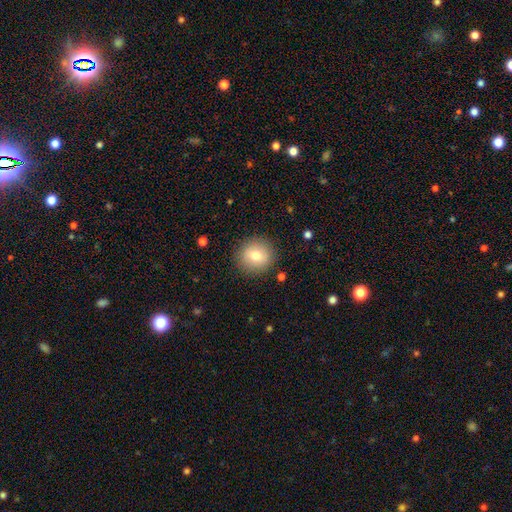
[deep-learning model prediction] Overall: smooth (75%). How rounded: round (91%). Merging: none (89%).